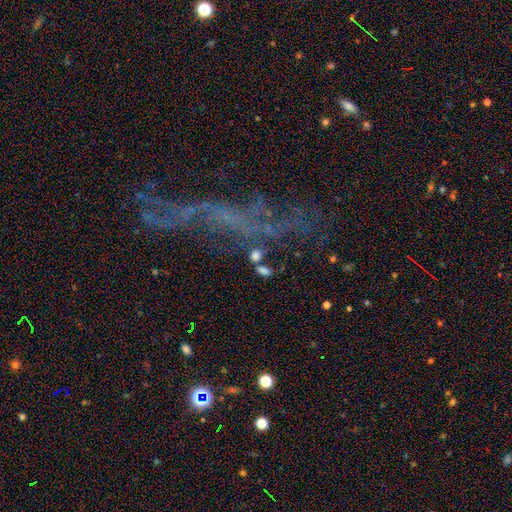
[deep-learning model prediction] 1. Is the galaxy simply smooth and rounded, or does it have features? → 73% smooth, 16% star or artifact, 12% featured or disk.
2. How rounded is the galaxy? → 75% in between, 19% round, 6% cigar-shaped.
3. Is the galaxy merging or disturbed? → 60% none, 16% merger, 14% minor disturbance, 10% major disturbance.